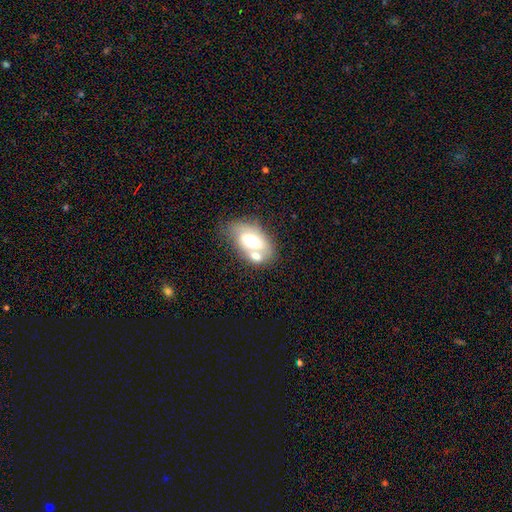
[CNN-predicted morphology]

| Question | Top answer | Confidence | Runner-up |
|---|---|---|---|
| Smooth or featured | smooth | 46% | tied: featured or disk (46%) |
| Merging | merger | 42% | none (33%) |